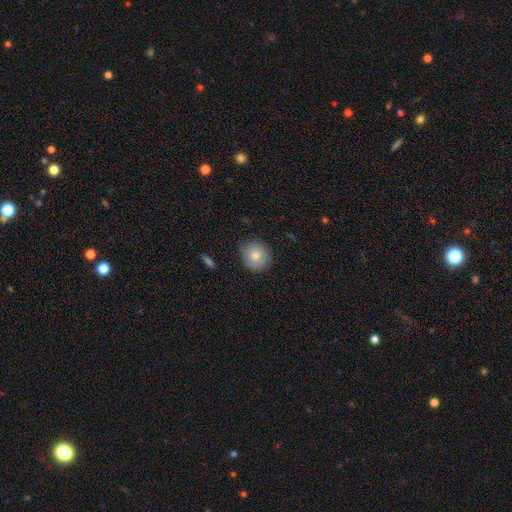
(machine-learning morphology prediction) Smooth or featured?
  - smooth: 79% *
  - featured or disk: 12%
  - star or artifact: 9%
How rounded?
  - round: 89% *
  - in between: 10%
  - cigar-shaped: 1%
Merging?
  - none: 84% *
  - minor disturbance: 12%
  - major disturbance: 3%
  - merger: 1%